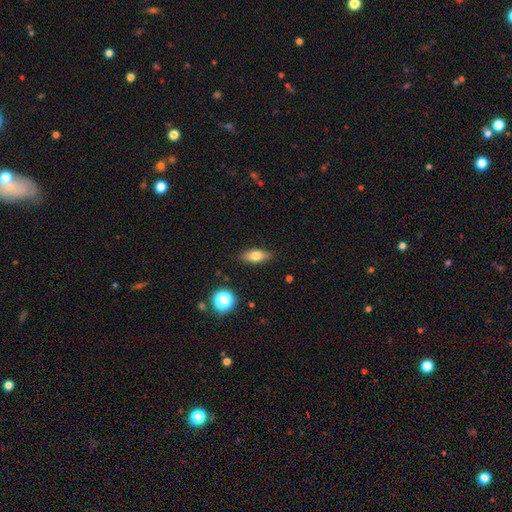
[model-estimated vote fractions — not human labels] A smooth galaxy with no disk features (74%) that is in between round and cigar-shaped (78%).

Vote fractions:
- Smooth or featured? smooth: 74% / featured or disk: 16% / star or artifact: 9%
- How rounded? in between: 78% / cigar-shaped: 15% / round: 7%
- Merging? none: 87% / minor disturbance: 10% / major disturbance: 2% / merger: 1%